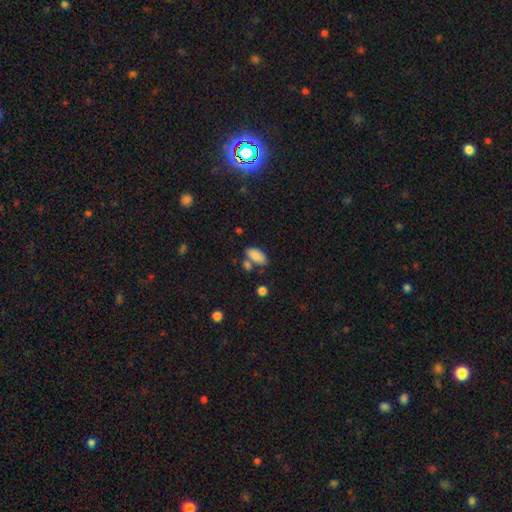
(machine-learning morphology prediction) Smooth or featured? Predicted: smooth (p=0.86). How rounded? Predicted: in between (p=0.91). Merging? Predicted: none (p=0.61).